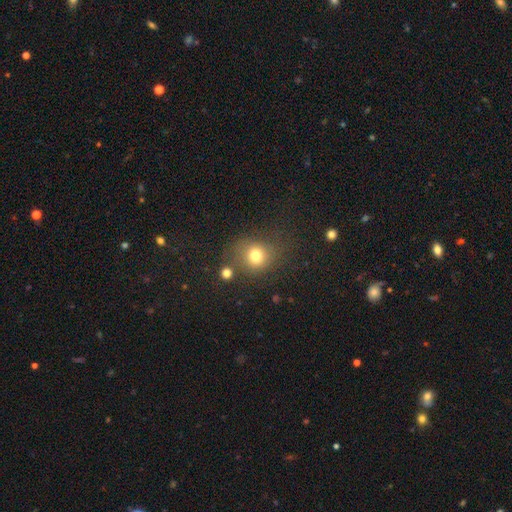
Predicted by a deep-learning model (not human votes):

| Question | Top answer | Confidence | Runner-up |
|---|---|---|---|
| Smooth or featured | smooth | 75% | star or artifact (15%) |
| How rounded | round | 75% | in between (24%) |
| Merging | none | 66% | minor disturbance (16%) |